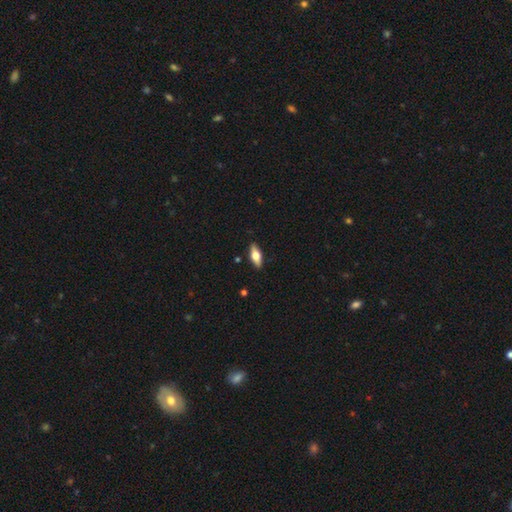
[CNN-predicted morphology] smooth 53%, featured or disk 41%, star or artifact 6%. Down the decision tree: how rounded — in between (73%); merging — none (89%).